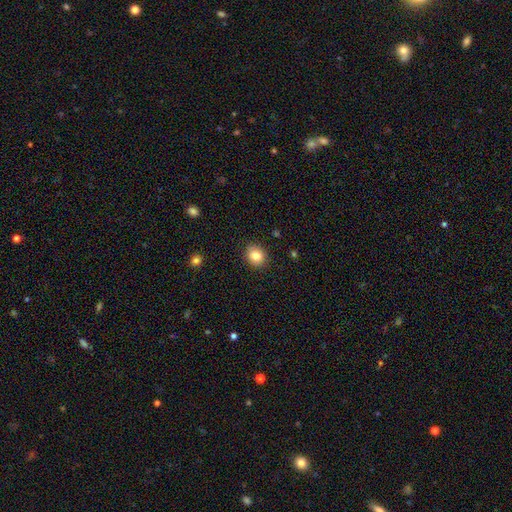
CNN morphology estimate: smooth-or-featured: smooth: 83% | star or artifact: 9% | featured or disk: 8%
  how-rounded: round: 67% | in between: 32% | cigar-shaped: 1%
  merging: none: 88% | minor disturbance: 9% | major disturbance: 2% | merger: 1%